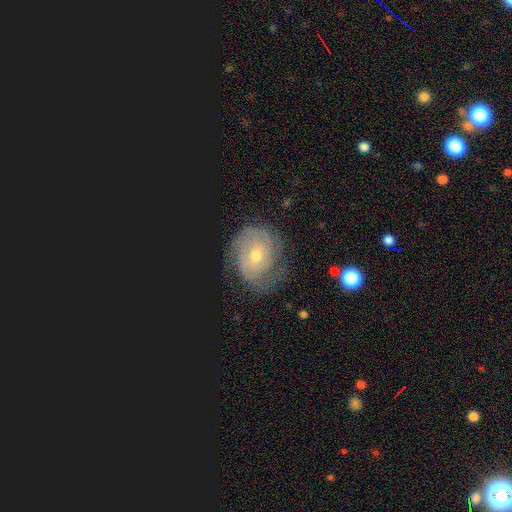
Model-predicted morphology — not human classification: Overall: featured or disk (80%). Edge-on disk: no (97%). Bar: no (64%; weak 29%). Spiral arms: yes (95%). Spiral arm count: can't tell (34%; 2 24%). Spiral winding: tight (75%). Bulge size: moderate (54%; small 42%). Merging: none (71%).